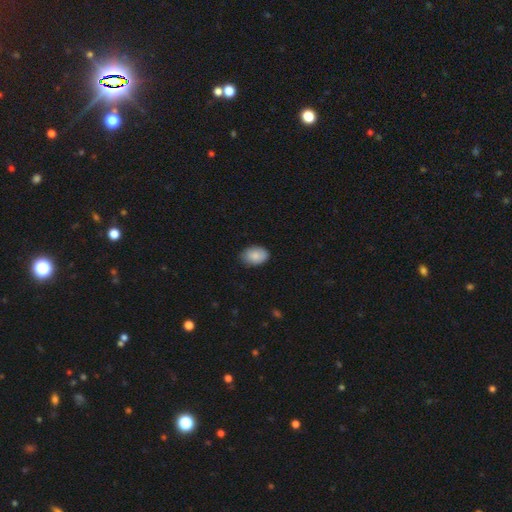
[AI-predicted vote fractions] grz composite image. It shows a smooth galaxy with no disk features (87%) that is in between round and cigar-shaped (80%). Merging: none (83%).